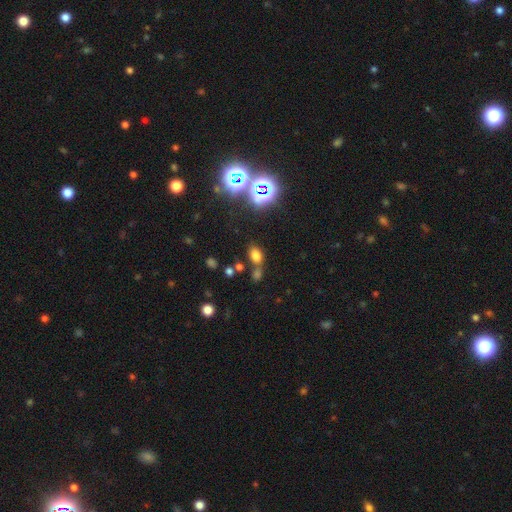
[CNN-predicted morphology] smooth 68%, star or artifact 25%, featured or disk 7%. Down the decision tree: how rounded — in between (79%); merging — none (62%).